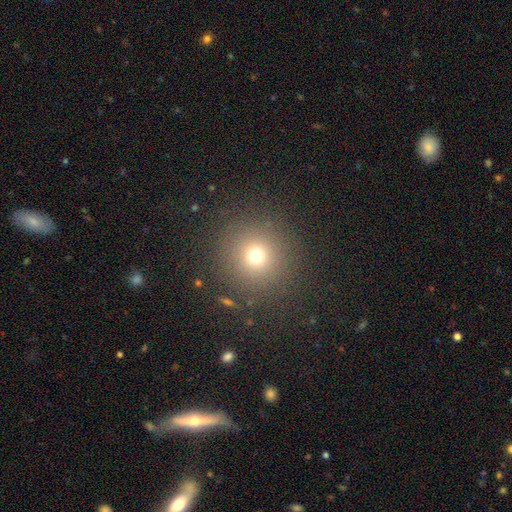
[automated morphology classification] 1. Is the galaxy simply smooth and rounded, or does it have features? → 69% smooth, 21% star or artifact, 9% featured or disk.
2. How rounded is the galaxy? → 94% round, 5% in between, 1% cigar-shaped.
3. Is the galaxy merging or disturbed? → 87% none, 7% minor disturbance, 4% major disturbance, 2% merger.